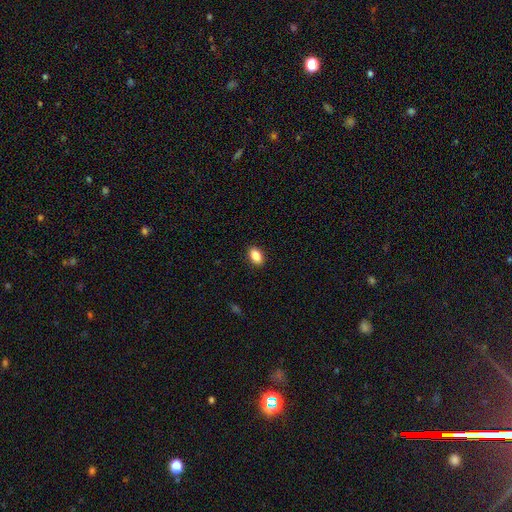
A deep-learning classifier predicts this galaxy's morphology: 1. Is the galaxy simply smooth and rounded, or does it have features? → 88% smooth, 8% star or artifact, 4% featured or disk.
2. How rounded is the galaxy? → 90% in between, 8% round, 2% cigar-shaped.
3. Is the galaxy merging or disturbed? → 90% none, 7% minor disturbance, 2% major disturbance, 1% merger.